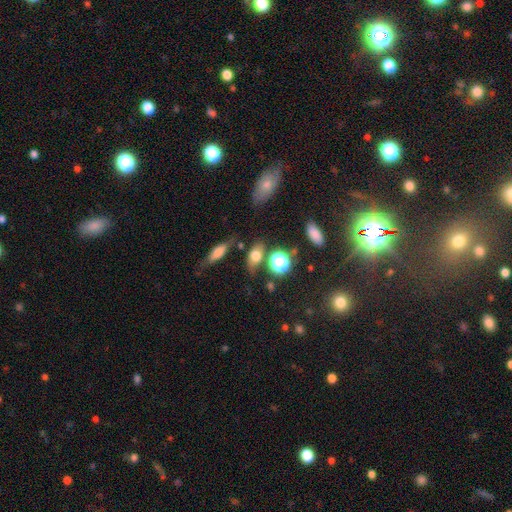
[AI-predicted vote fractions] A smooth galaxy with no disk features (66%) that is in between round and cigar-shaped (65%). Merging: none (65%).